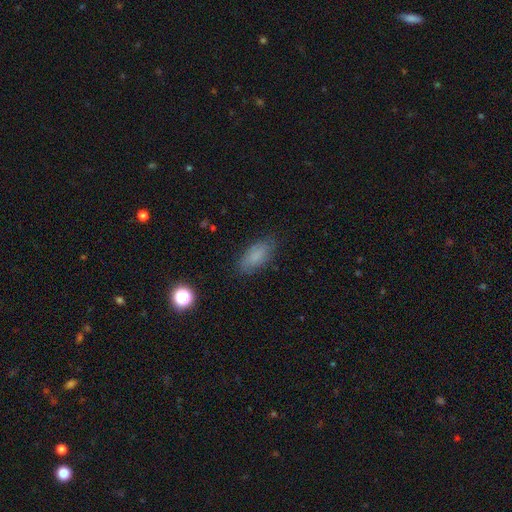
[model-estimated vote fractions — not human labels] A smooth galaxy with no disk features (79%) that is in between round and cigar-shaped (85%). Merging: none (81%).